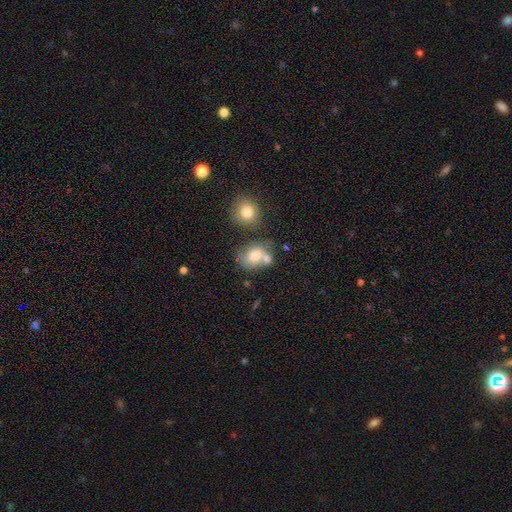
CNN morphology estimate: This is likely a smooth galaxy (72%). How rounded: possibly round (54%). Merging: marginally none (39%).